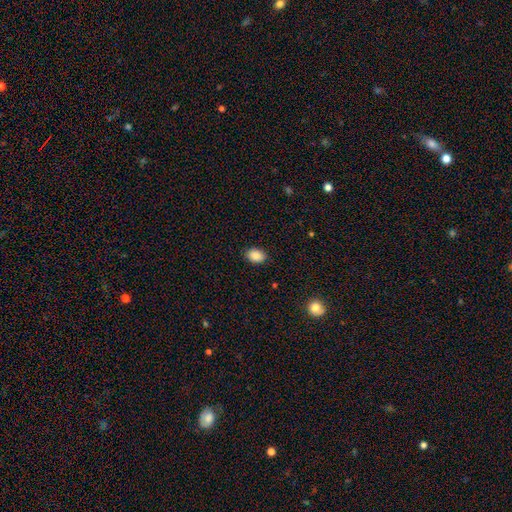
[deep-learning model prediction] smooth-or-featured: smooth: 87% | star or artifact: 8% | featured or disk: 4%
  how-rounded: in between: 82% | round: 17% | cigar-shaped: 1%
  merging: none: 88% | minor disturbance: 9% | major disturbance: 2% | merger: 1%